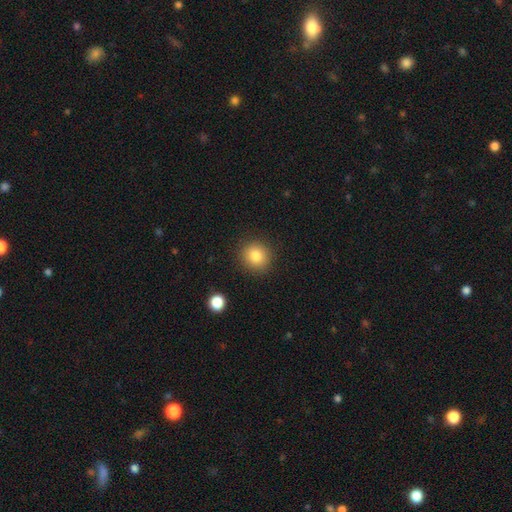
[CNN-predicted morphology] Smooth or featured?
  - smooth: 83% *
  - star or artifact: 11%
  - featured or disk: 7%
How rounded?
  - round: 90% *
  - in between: 9%
  - cigar-shaped: 1%
Merging?
  - none: 89% *
  - minor disturbance: 7%
  - major disturbance: 2%
  - merger: 1%